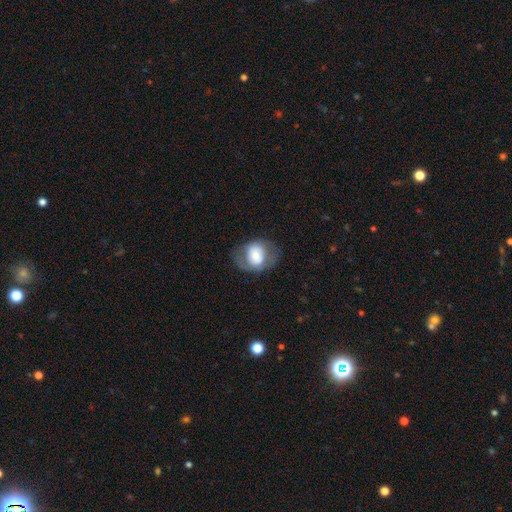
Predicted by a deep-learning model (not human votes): smooth_or_featured: smooth (p=0.57) [alt: featured or disk p=0.36]
how_rounded: round (p=0.57) [alt: in between p=0.42]
merging: none (p=0.63) [alt: minor disturbance p=0.20]